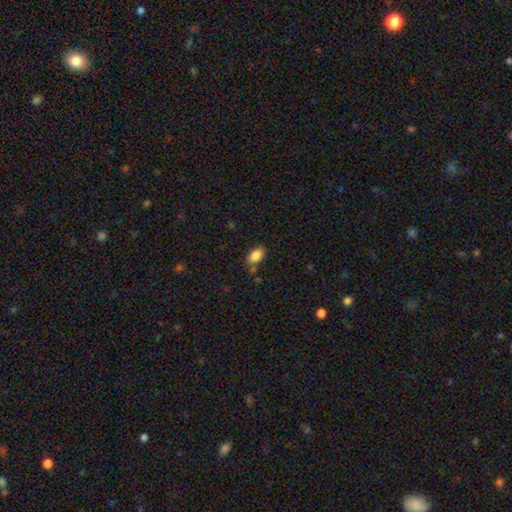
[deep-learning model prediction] Smooth or featured? smooth (86%)
How rounded? in between (90%)
Merging? none (75%)